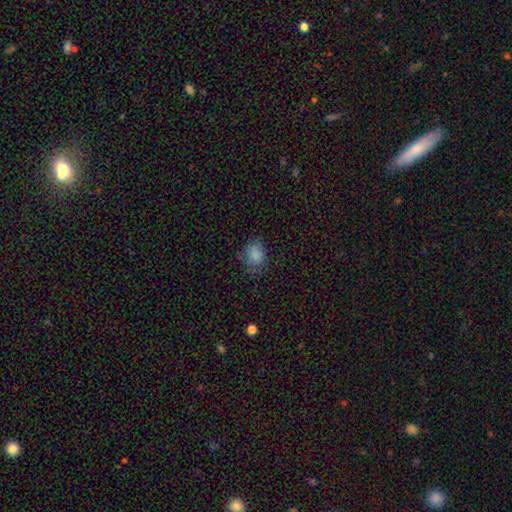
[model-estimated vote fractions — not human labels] smooth-or-featured: smooth: 83% | star or artifact: 12% | featured or disk: 6%
  how-rounded: in between: 59% | round: 40% | cigar-shaped: 1%
  merging: none: 67% | minor disturbance: 24% | major disturbance: 8% | merger: 1%